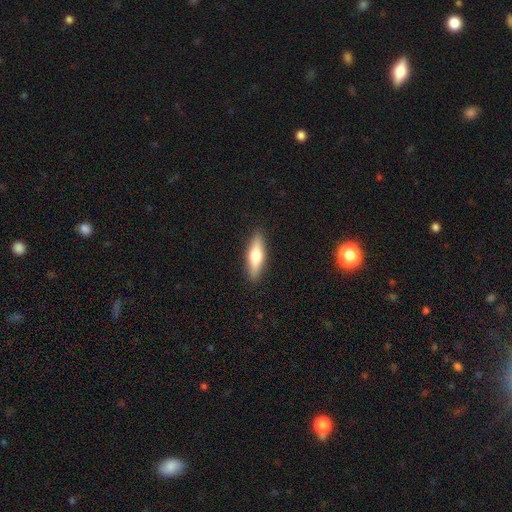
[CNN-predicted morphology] Smooth or featured?
  - smooth: 57% *
  - featured or disk: 37%
  - star or artifact: 6%
How rounded?
  - cigar-shaped: 59% *
  - in between: 39%
  - round: 2%
Merging?
  - none: 90% *
  - minor disturbance: 8%
  - major disturbance: 2%
  - merger: 1%